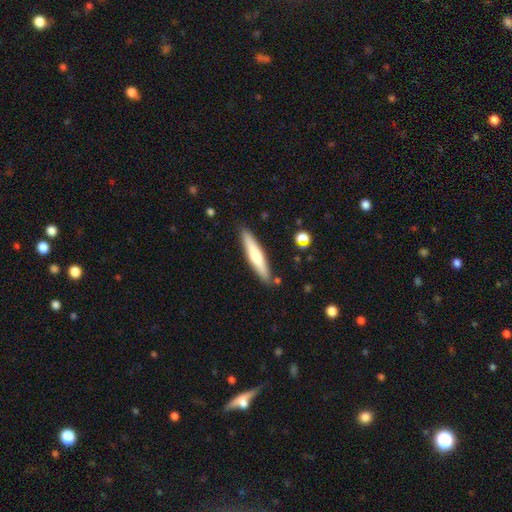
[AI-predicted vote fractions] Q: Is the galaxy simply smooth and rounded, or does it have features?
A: smooth — 59%.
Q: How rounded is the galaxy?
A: cigar-shaped — 88%.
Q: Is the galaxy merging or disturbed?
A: none — 87%.